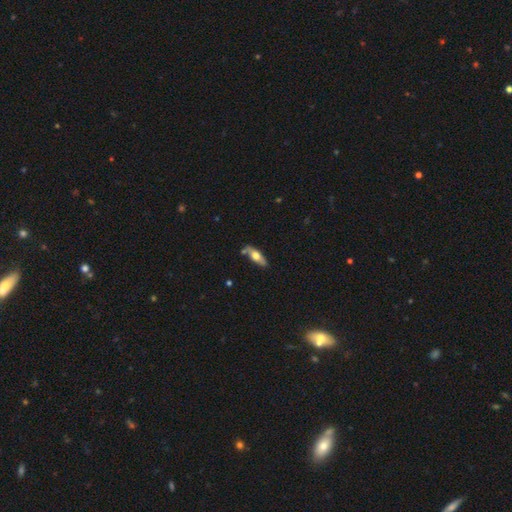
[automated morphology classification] Overall: smooth (51%; featured or disk 43%). How rounded: in between (61%; cigar-shaped 36%). Merging: none (71%).